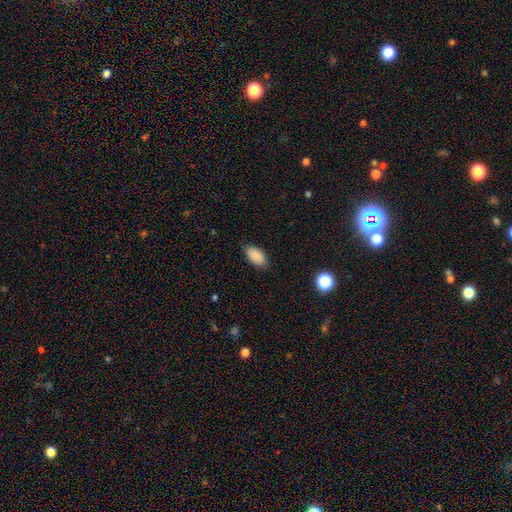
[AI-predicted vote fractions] Smooth or featured? Predicted: smooth (p=0.89). How rounded? Predicted: in between (p=0.94). Merging? Predicted: none (p=0.83).